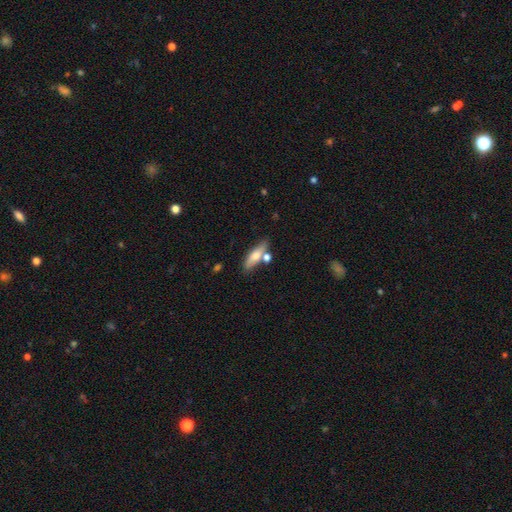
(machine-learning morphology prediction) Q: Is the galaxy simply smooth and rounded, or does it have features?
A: smooth — 59%.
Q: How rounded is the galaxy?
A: cigar-shaped — 54%.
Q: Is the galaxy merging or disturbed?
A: none — 64%.